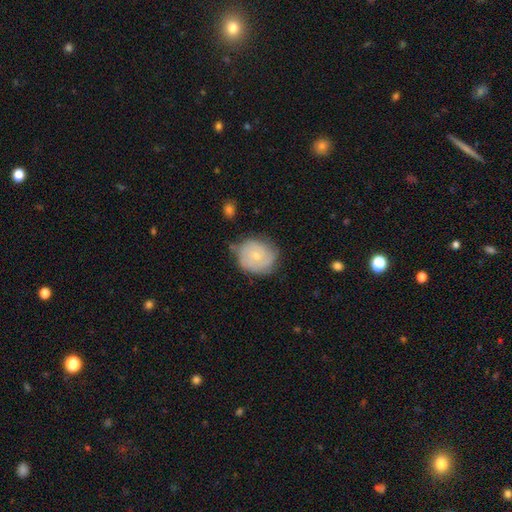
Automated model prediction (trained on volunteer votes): Smooth or featured? Predicted: featured or disk (p=0.50). Edge-on disk? Predicted: no (p=0.97). Merging? Predicted: none (p=0.66).